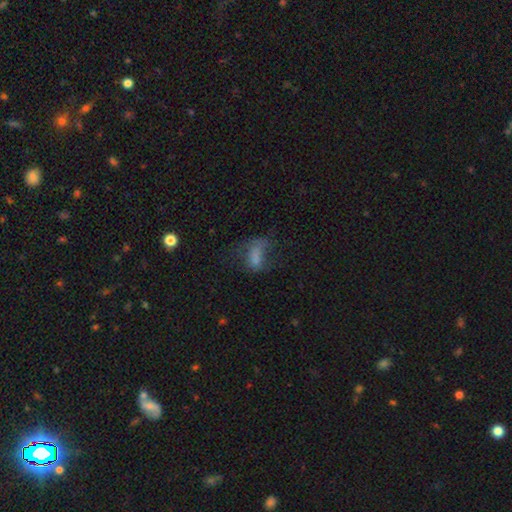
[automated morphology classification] Smooth or featured: smooth — 56% (featured or disk — 27%)
How rounded: in between — 84% (round — 12%)
Merging: major disturbance — 47% (none — 28%)